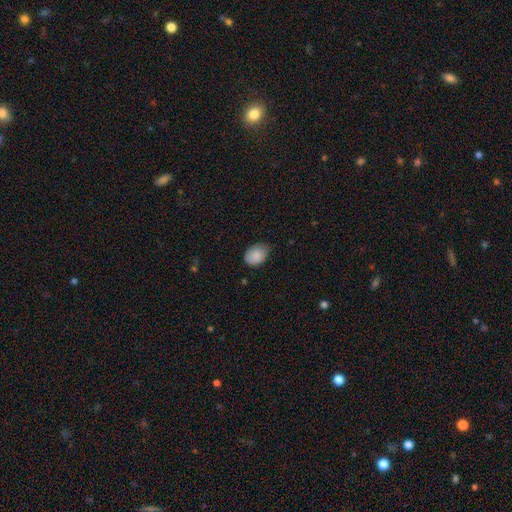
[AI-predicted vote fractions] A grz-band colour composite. It shows a smooth galaxy with no disk features (87%) that is in between round and cigar-shaped (76%). Merging: none (60%).